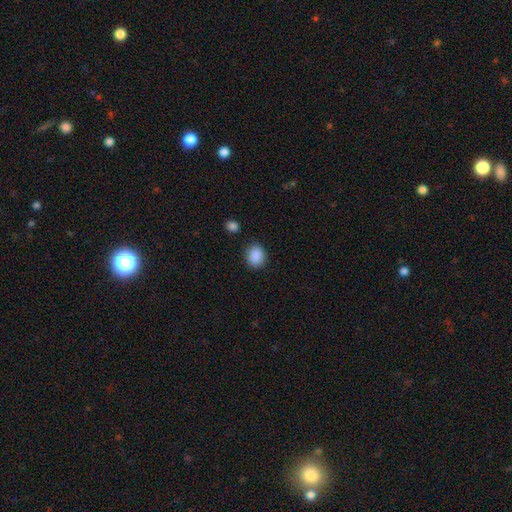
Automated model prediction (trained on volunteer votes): Q: Smooth or featured?
A: smooth (89%); runner-up: star or artifact (8%)
Q: How rounded?
A: round (60%); runner-up: in between (39%)
Q: Merging?
A: none (85%); runner-up: minor disturbance (9%)